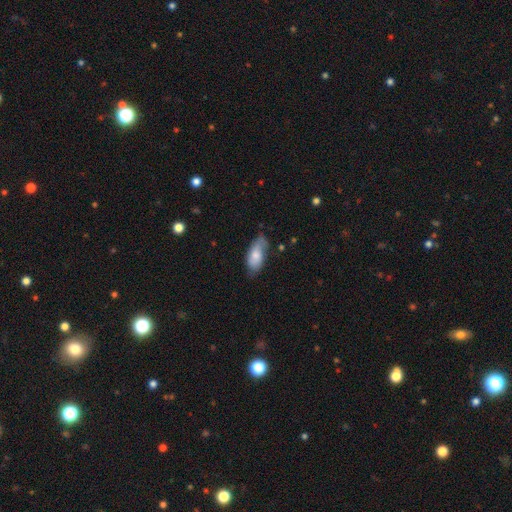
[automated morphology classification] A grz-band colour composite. It shows a smooth galaxy with no disk features (71%) that is in between round and cigar-shaped (87%). Merging: none (58%).